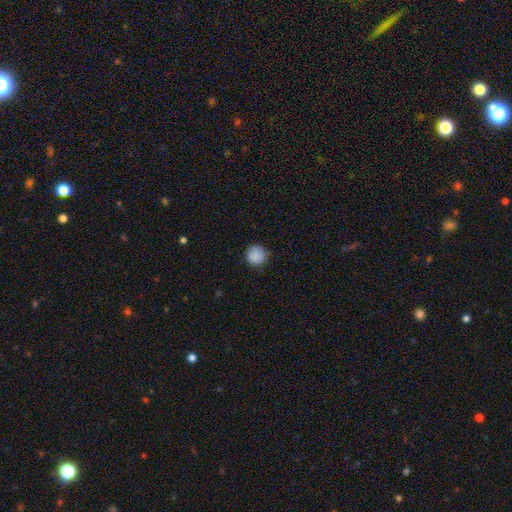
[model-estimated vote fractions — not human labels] This is clearly a smooth galaxy (88%). How rounded: clearly round (94%). Merging: clearly none (87%).